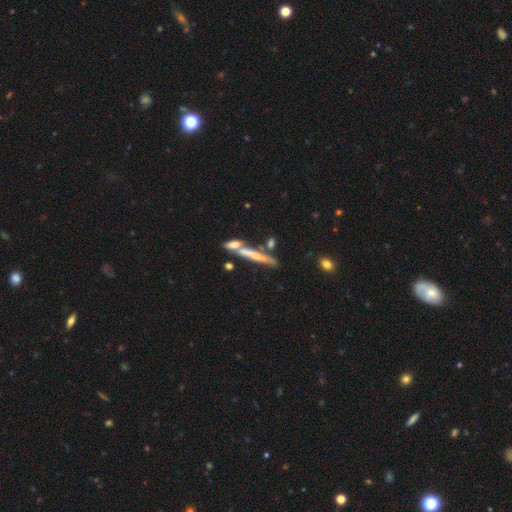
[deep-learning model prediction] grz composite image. It shows a smooth galaxy with no disk features (50%). Merging: none (47%).